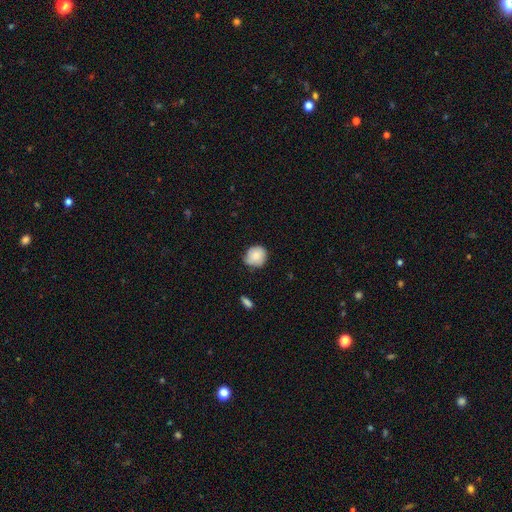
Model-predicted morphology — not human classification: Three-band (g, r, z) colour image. It shows a smooth galaxy with no disk features (82%) that is round (78%). Merging: none (67%).